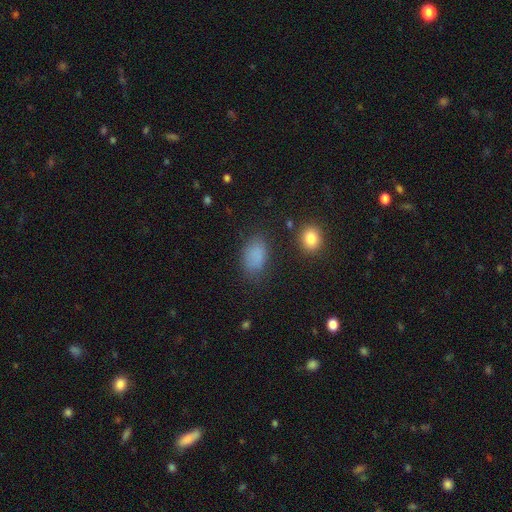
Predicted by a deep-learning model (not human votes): The model was most divided on "merging": none: 74%, minor disturbance: 18%, major disturbance: 6%, merger: 2%. More confident: how rounded — in between (88%); smooth or featured — smooth (84%).